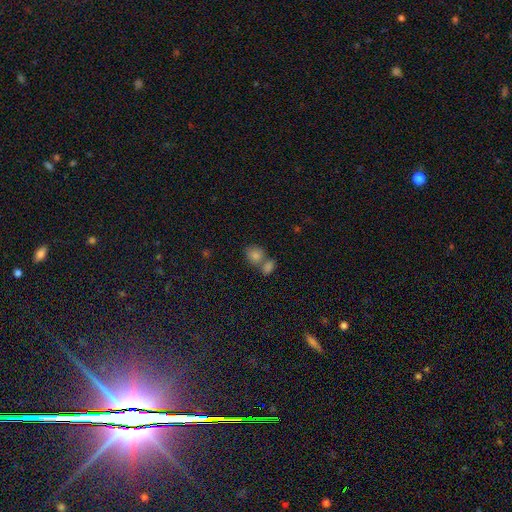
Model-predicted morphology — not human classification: Smooth or featured?
  - smooth: 74% *
  - star or artifact: 16%
  - featured or disk: 10%
How rounded?
  - round: 64% *
  - in between: 34%
  - cigar-shaped: 2%
Merging?
  - none: 47% *
  - merger: 41%
  - minor disturbance: 9%
  - major disturbance: 4%